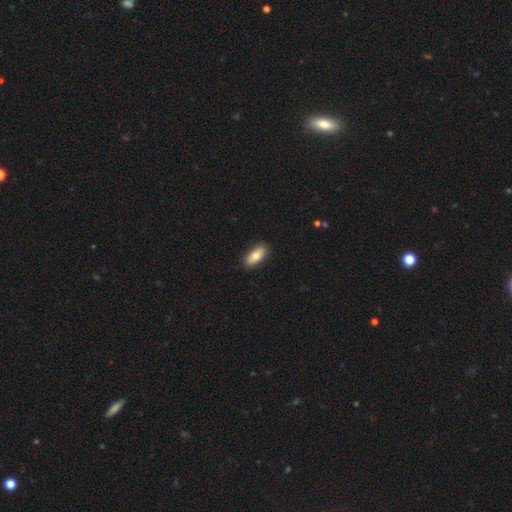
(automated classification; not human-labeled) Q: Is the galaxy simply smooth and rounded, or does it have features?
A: smooth — 80%.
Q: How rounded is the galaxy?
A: in between — 83%.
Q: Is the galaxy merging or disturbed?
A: none — 89%.